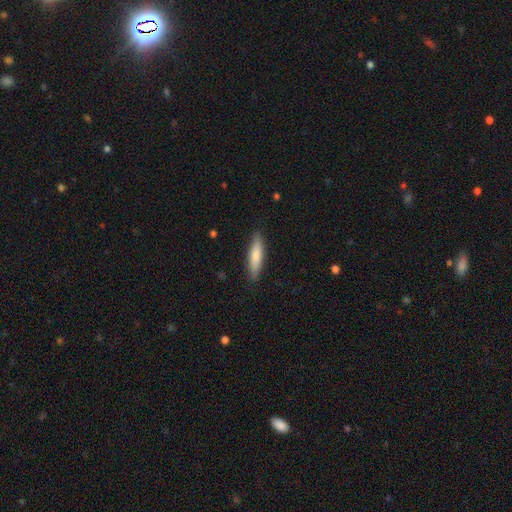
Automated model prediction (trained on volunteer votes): Q: Smooth or featured?
A: smooth (77%); runner-up: featured or disk (17%)
Q: How rounded?
A: cigar-shaped (74%); runner-up: in between (24%)
Q: Merging?
A: none (87%); runner-up: minor disturbance (10%)